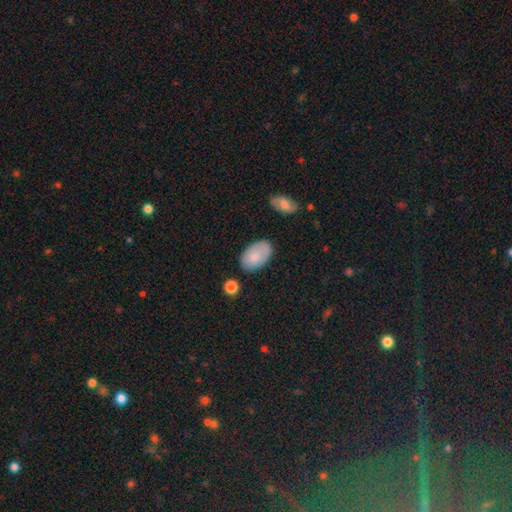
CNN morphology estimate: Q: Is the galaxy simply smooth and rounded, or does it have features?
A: smooth — 81%.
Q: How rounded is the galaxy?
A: in between — 93%.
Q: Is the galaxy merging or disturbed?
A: none — 76%.